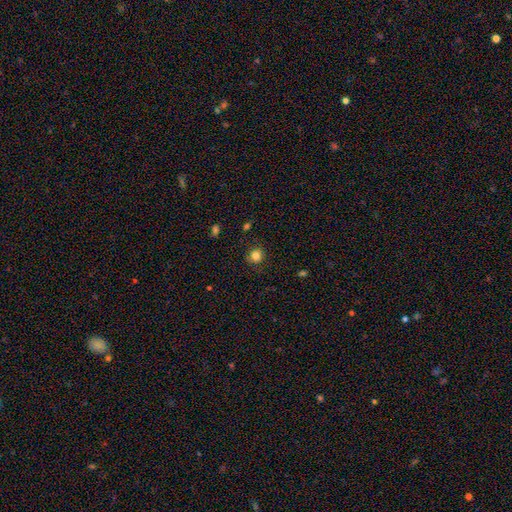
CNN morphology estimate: Smooth or featured? smooth (82%)
How rounded? round (90%)
Merging? none (86%)